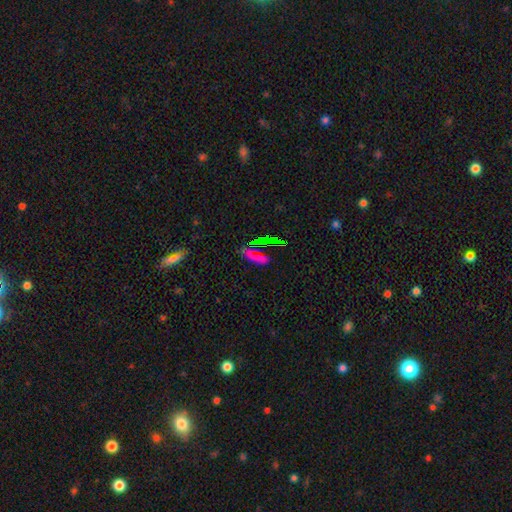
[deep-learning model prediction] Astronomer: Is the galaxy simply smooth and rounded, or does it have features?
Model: smooth — 55% (runner-up: star or artifact, 34%).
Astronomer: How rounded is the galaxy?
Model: in between — 59%.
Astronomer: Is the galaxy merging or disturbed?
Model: none — 73%.